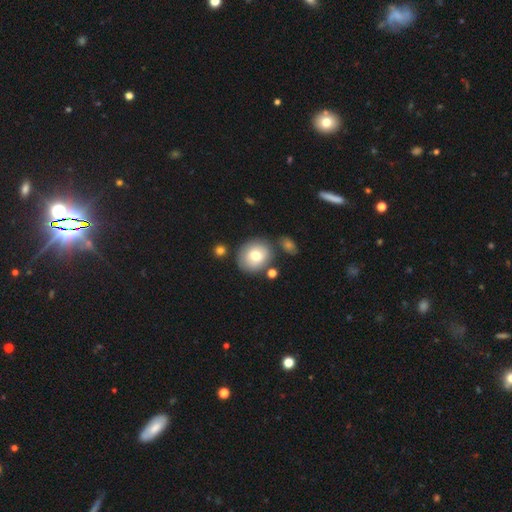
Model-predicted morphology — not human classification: type=smooth (72%); roundness=round (73%); merging=none (75%).